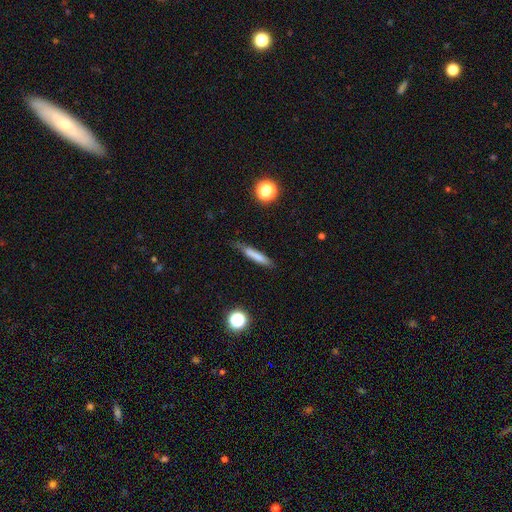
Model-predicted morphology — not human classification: smooth_or_featured: smooth (p=0.72) [alt: featured or disk p=0.20]
how_rounded: cigar-shaped (p=0.90) [alt: in between p=0.07]
merging: none (p=0.69) [alt: minor disturbance p=0.23]